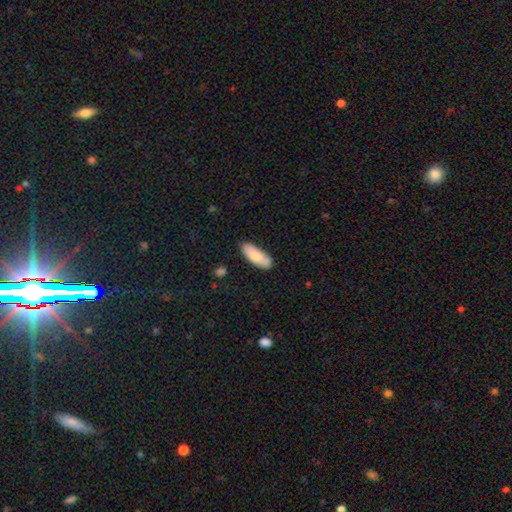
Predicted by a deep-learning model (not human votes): A smooth galaxy with no disk features (78%) that is in between round and cigar-shaped (74%). Merging: none (77%).